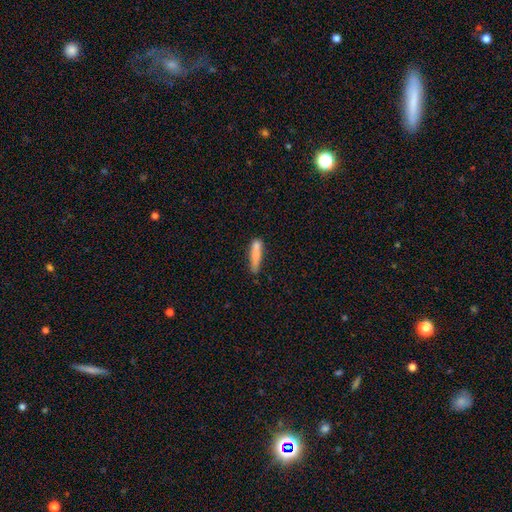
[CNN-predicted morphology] This is likely a smooth galaxy (74%). How rounded: clearly cigar-shaped (82%). Merging: possibly none (54%).